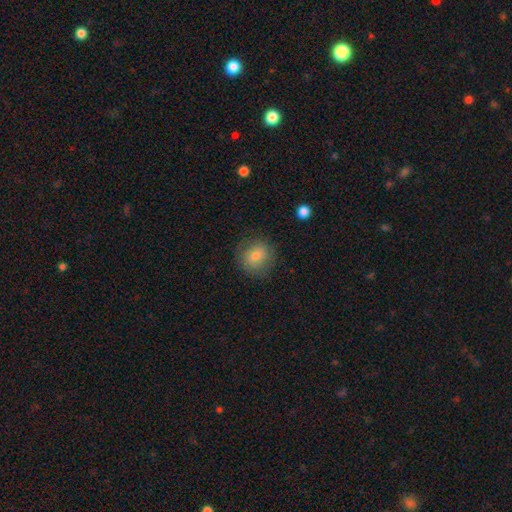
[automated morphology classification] Smooth or featured? Predicted: smooth (p=0.78). How rounded? Predicted: round (p=0.83). Merging? Predicted: none (p=0.80).